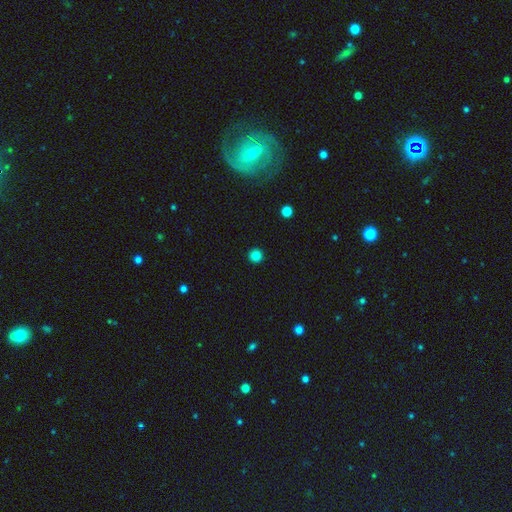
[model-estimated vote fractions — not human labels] smooth 85%, star or artifact 12%, featured or disk 3%. Down the decision tree: how rounded — round (96%); merging — none (93%).